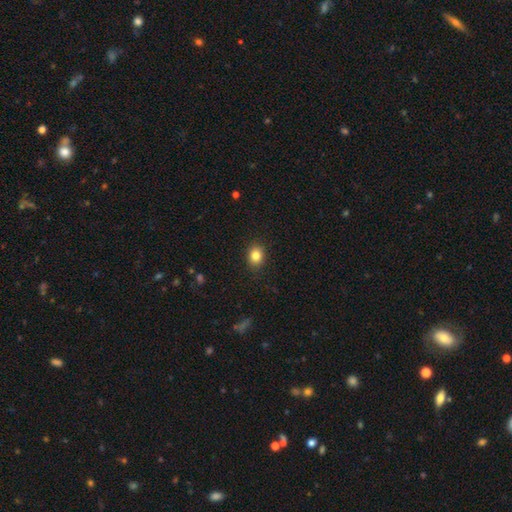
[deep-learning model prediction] Q: Smooth or featured?
A: smooth (83%); runner-up: star or artifact (10%)
Q: How rounded?
A: round (54%); runner-up: in between (46%)
Q: Merging?
A: none (89%); runner-up: minor disturbance (8%)